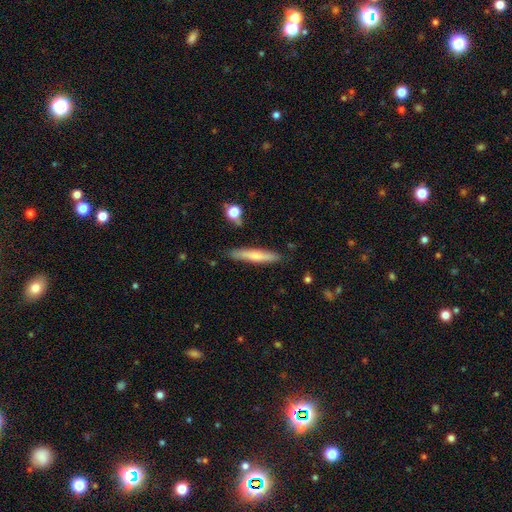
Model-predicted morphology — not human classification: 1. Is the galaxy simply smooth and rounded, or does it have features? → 63% smooth, 31% featured or disk, 6% star or artifact.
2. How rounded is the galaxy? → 92% cigar-shaped, 7% in between, 1% round.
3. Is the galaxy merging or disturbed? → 84% none, 12% minor disturbance, 2% merger, 2% major disturbance.